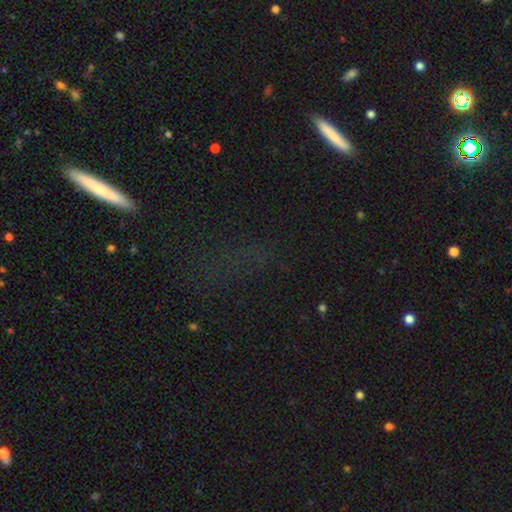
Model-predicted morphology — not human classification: smooth_or_featured: smooth (p=0.39) [alt: star or artifact p=0.36]
merging: none (p=0.70) [alt: minor disturbance p=0.15]